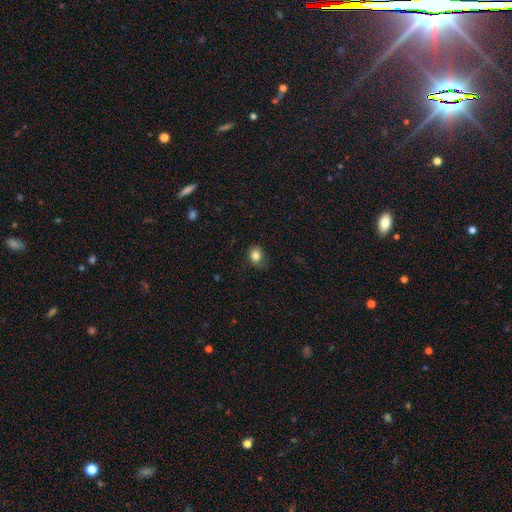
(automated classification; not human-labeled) Overall: smooth (83%). How rounded: round (61%; in between 38%). Merging: none (66%).